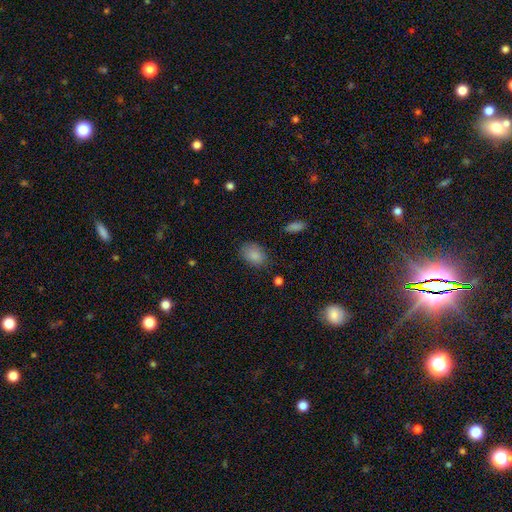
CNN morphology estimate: Overall: smooth (82%). How rounded: in between (78%). Merging: none (79%).